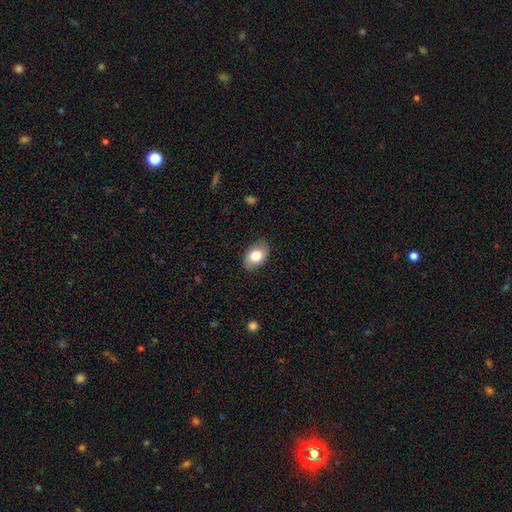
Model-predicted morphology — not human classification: Overall: smooth (78%). How rounded: in between (88%). Merging: none (84%).